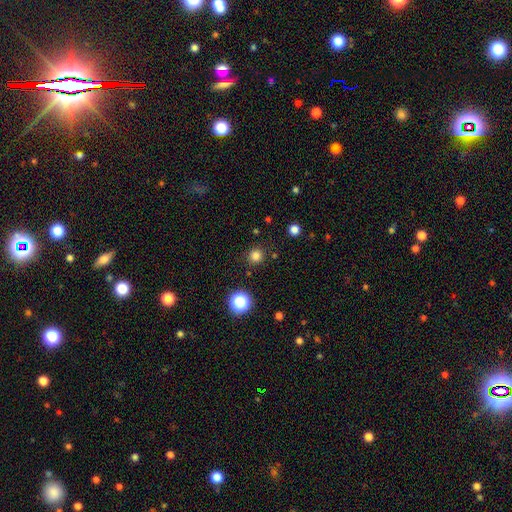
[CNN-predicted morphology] smooth-or-featured: smooth: 80% | star or artifact: 16% | featured or disk: 4%
  how-rounded: round: 94% | in between: 5% | cigar-shaped: 1%
  merging: none: 89% | minor disturbance: 6% | major disturbance: 2% | merger: 2%